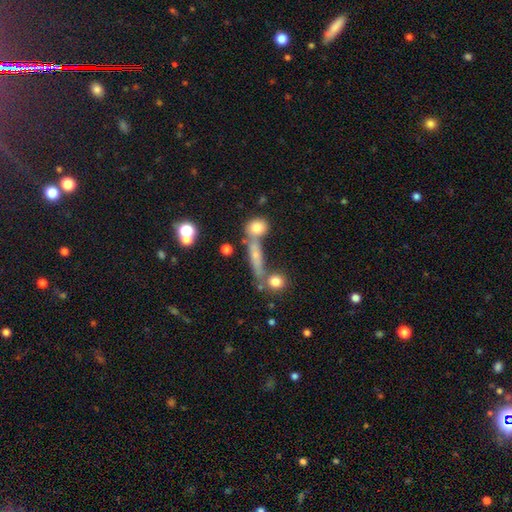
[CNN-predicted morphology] Smooth or featured: smooth — 55% (featured or disk — 32%)
How rounded: cigar-shaped — 67% (in between — 22%)
Merging: none — 55% (merger — 25%)